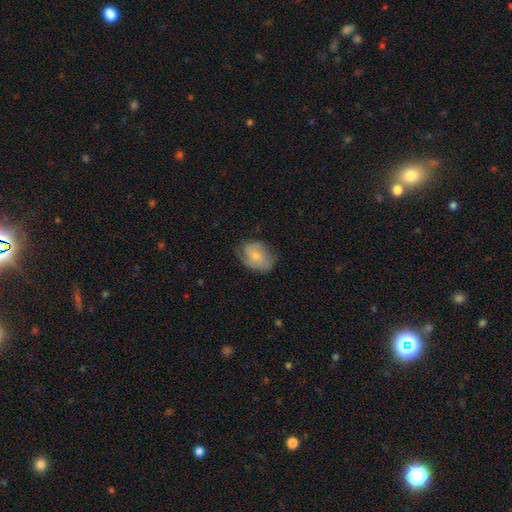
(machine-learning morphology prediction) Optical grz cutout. It shows a smooth galaxy with no disk features (64%) that is in between round and cigar-shaped (73%). Merging: none (64%).